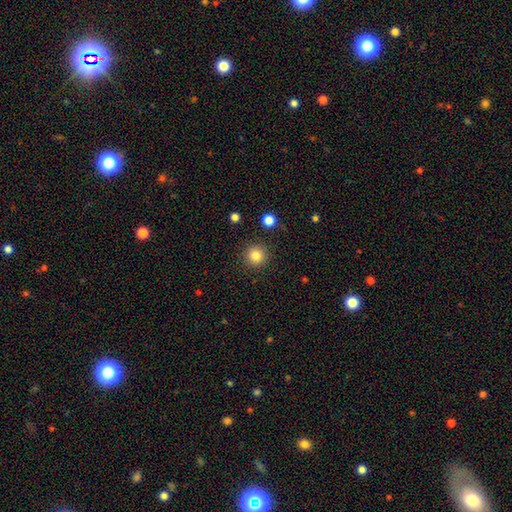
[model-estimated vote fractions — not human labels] smooth_or_featured: smooth (p=0.83) [alt: star or artifact p=0.11]
how_rounded: round (p=0.95) [alt: in between p=0.04]
merging: none (p=0.91) [alt: minor disturbance p=0.06]